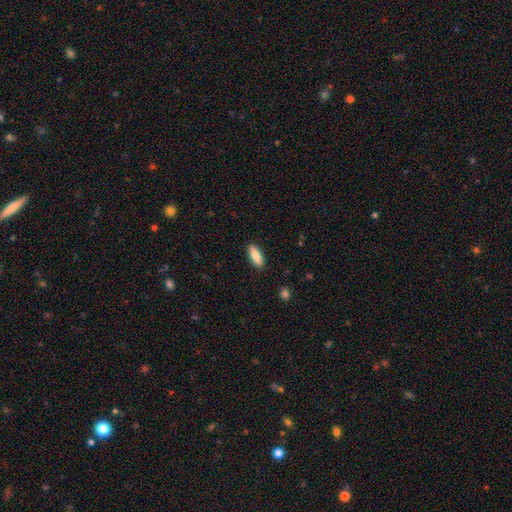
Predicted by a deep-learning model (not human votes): smooth 82%, featured or disk 12%, star or artifact 6%. Down the decision tree: how rounded — in between (63%); merging — none (90%).